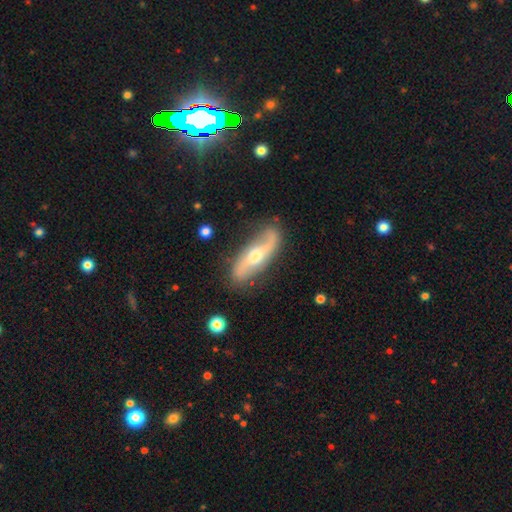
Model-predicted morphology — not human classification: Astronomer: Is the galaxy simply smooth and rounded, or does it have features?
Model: featured or disk — 77%.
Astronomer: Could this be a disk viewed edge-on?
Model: no — 81%.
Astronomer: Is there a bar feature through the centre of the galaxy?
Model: no — 44% (runner-up: weak, 35%).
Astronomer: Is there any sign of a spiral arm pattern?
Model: yes — 89%.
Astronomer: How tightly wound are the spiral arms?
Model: loose — 69%.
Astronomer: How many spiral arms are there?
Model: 2 — 88%.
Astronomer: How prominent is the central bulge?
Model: moderate — 72%.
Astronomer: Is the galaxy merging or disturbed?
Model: none — 77%.